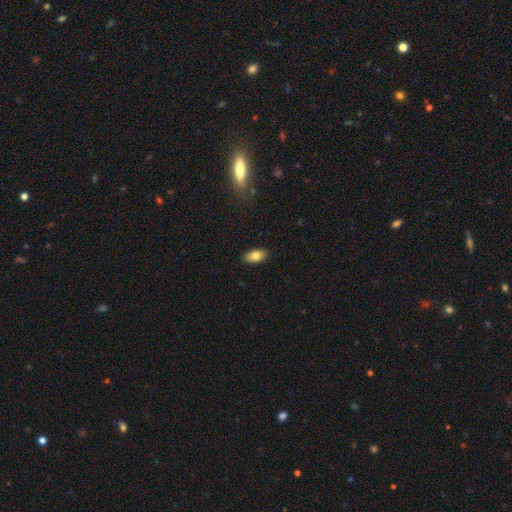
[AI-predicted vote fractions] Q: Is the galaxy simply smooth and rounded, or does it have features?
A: smooth — 80%.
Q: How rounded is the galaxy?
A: in between — 92%.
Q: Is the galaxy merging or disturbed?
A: none — 88%.